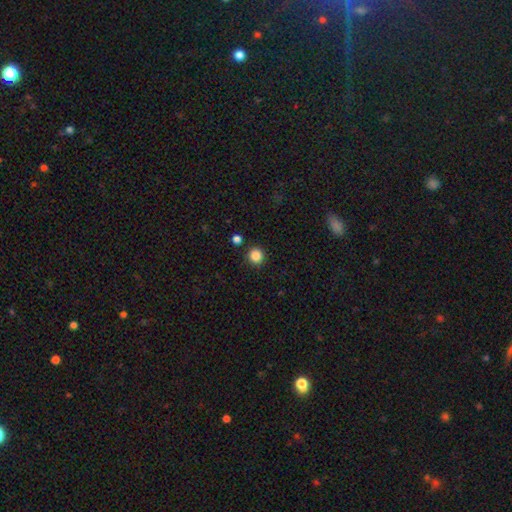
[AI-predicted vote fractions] Morphology: type=smooth (86%); roundness=round (94%); merging=none (90%).